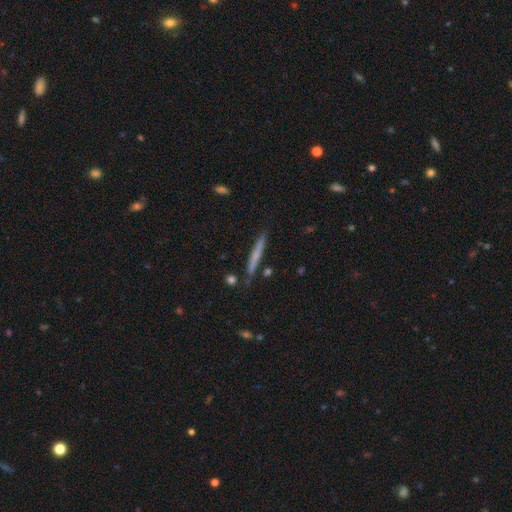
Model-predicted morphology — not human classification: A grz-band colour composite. It shows a smooth galaxy with no disk features (55%) that is cigar-shaped (96%). Merging: none (86%).